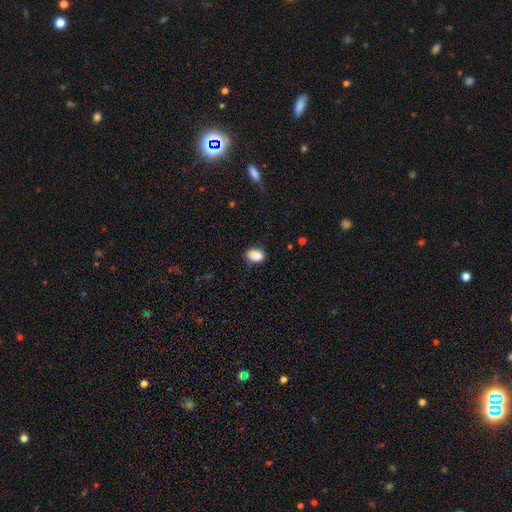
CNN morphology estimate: A smooth galaxy with no disk features (87%) that is in between round and cigar-shaped (81%). Merging: none (83%).